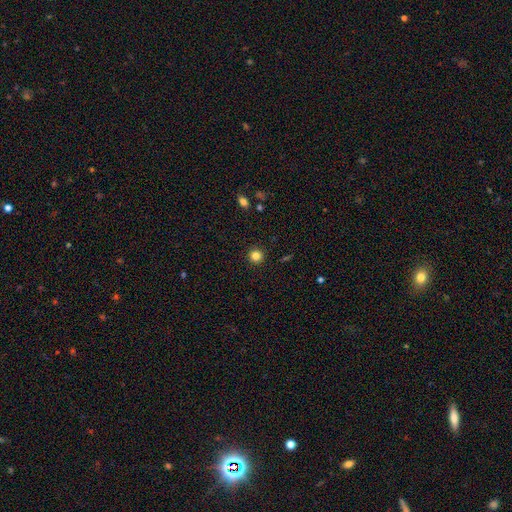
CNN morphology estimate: Smooth or featured?
  - smooth: 83% *
  - star or artifact: 12%
  - featured or disk: 5%
How rounded?
  - round: 95% *
  - in between: 4%
  - cigar-shaped: 1%
Merging?
  - none: 92% *
  - minor disturbance: 5%
  - major disturbance: 2%
  - merger: 1%